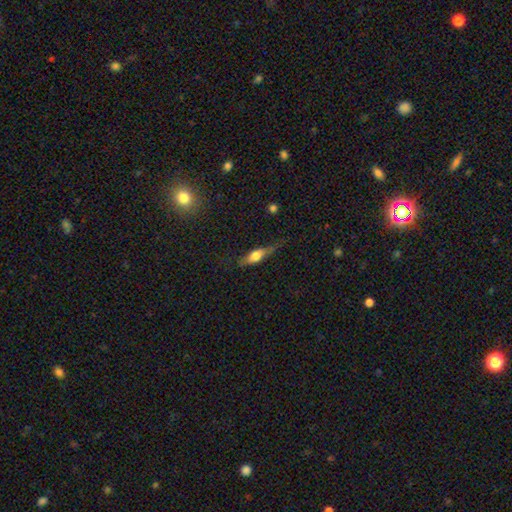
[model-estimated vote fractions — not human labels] Smooth or featured? smooth (47%)
Merging? none (63%)